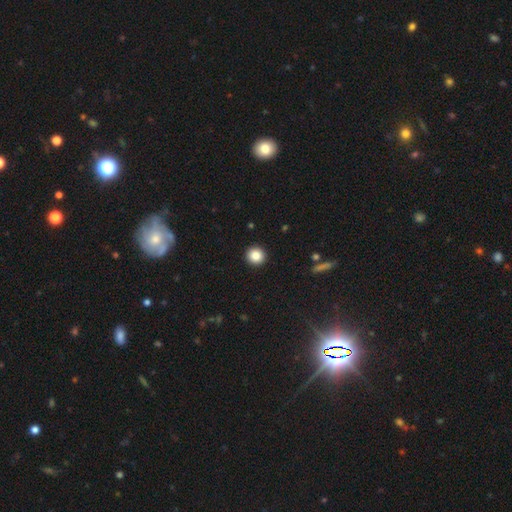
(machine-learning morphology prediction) Overall: smooth (85%). How rounded: round (94%). Merging: none (93%).